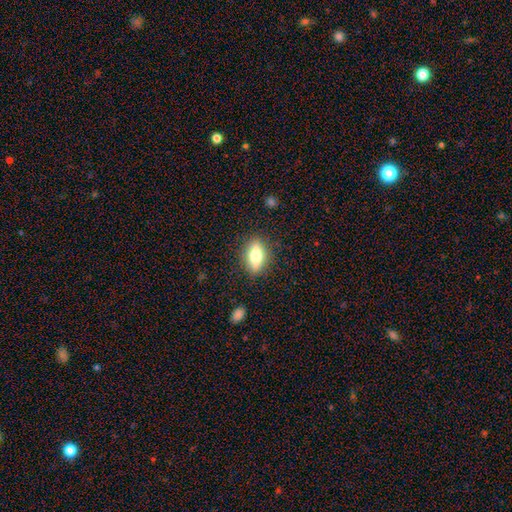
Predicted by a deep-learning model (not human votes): Overall: smooth (61%; featured or disk 32%). How rounded: in between (67%). Merging: none (85%).